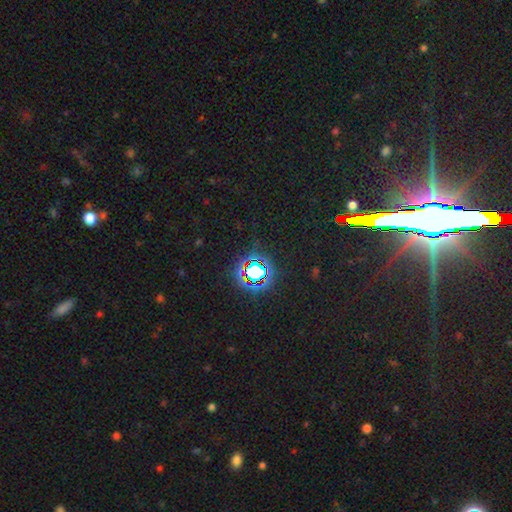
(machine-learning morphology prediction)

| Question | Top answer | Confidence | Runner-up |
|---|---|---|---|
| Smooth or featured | star or artifact | 79% | featured or disk (11%) |